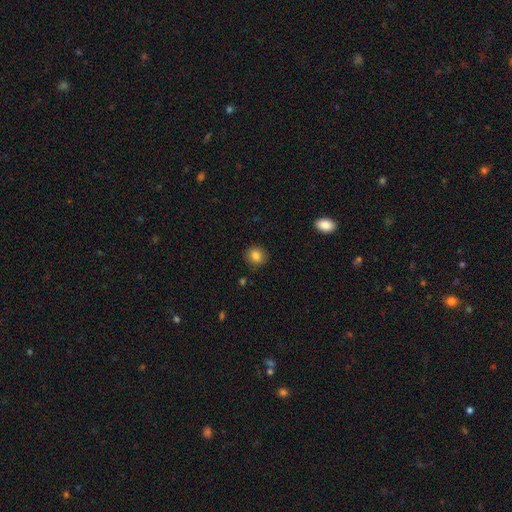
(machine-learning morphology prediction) This appears to be a smooth galaxy with no disk features (84%) that is round (82%). Merging: none (89%).